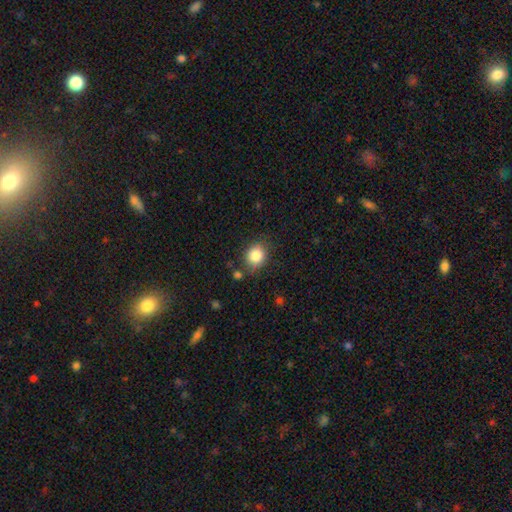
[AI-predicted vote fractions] Smooth or featured: smooth — 83% (star or artifact — 10%)
How rounded: round — 66% (in between — 33%)
Merging: none — 77% (minor disturbance — 15%)